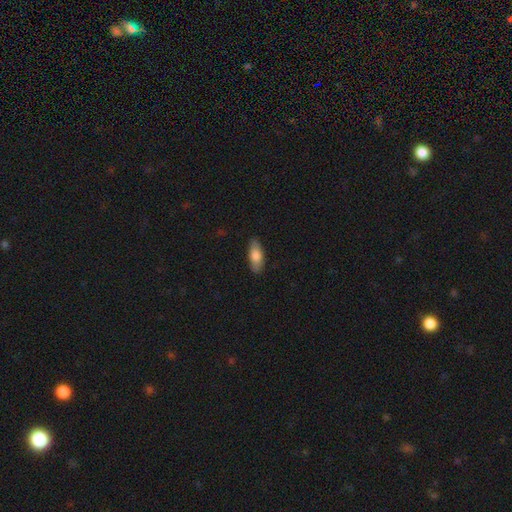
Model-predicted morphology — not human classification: smooth 78%, featured or disk 17%, star or artifact 6%. Down the decision tree: how rounded — in between (82%); merging — none (86%).